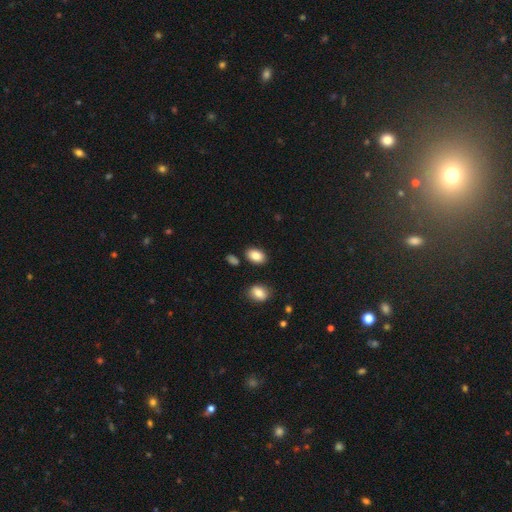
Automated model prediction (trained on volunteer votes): Morphology: type=smooth (86%); roundness=in between (86%); merging=none (84%).